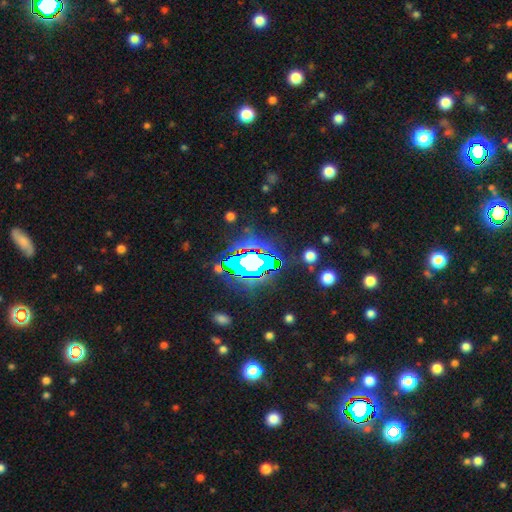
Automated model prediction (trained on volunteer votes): Smooth or featured: star or artifact — 81% (smooth — 11%)